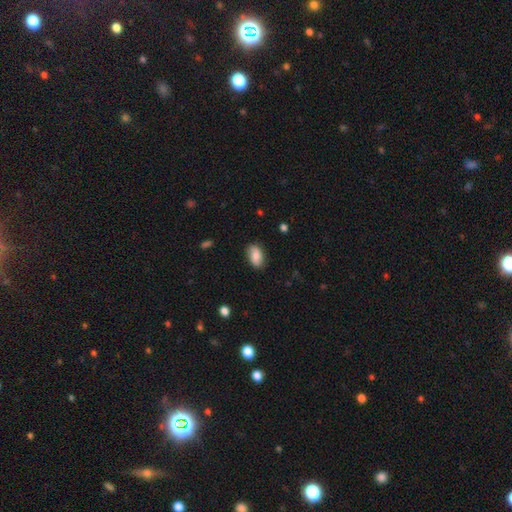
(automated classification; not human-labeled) This is clearly a smooth galaxy (81%). How rounded: clearly in between (91%). Merging: clearly none (80%).